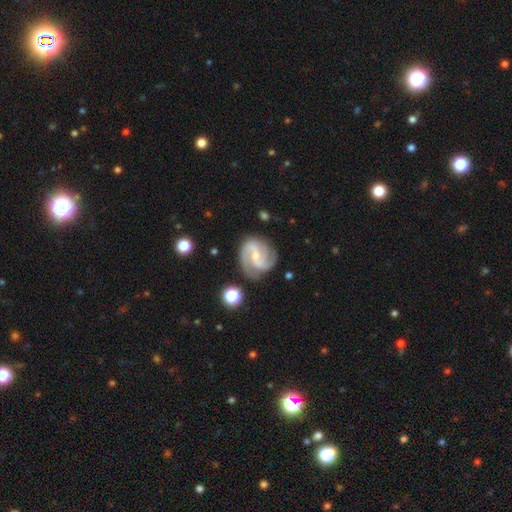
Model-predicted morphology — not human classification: smooth_or_featured: featured or disk (p=0.88) [alt: smooth p=0.07]
disk_edge_on: no (p=0.98) [alt: yes p=0.02]
bar: weak (p=0.46) [alt: no p=0.31]
has_spiral_arms: yes (p=0.98) [alt: no p=0.02]
spiral_winding: medium (p=0.52) [alt: loose p=0.24]
spiral_arm_count: 2 (p=0.55) [alt: 3 p=0.29]
bulge_size: small (p=0.68) [alt: moderate p=0.27]
merging: none (p=0.75) [alt: minor disturbance p=0.17]